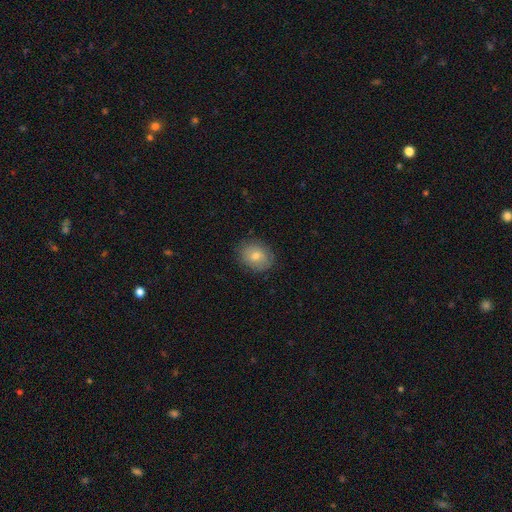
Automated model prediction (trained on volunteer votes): Smooth or featured? Predicted: smooth (p=0.72). How rounded? Predicted: round (p=0.53). Merging? Predicted: none (p=0.82).